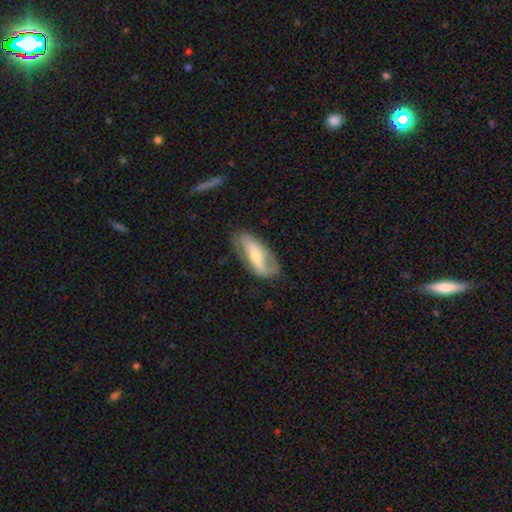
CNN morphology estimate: The model was most divided on "bulge size": moderate: 50%, small: 41%, large: 6%, none: 2%, dominant: 1%. More confident: edge-on disk — no (81%); merging — none (67%); smooth or featured — featured or disk (63%); spiral arms — yes (58%); bar — strong (58%).